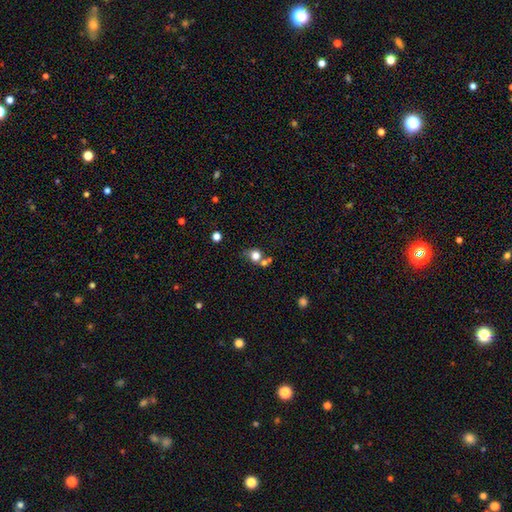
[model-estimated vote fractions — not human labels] Morphology: type=smooth (76%); roundness=round (75%); merging=none (48%).